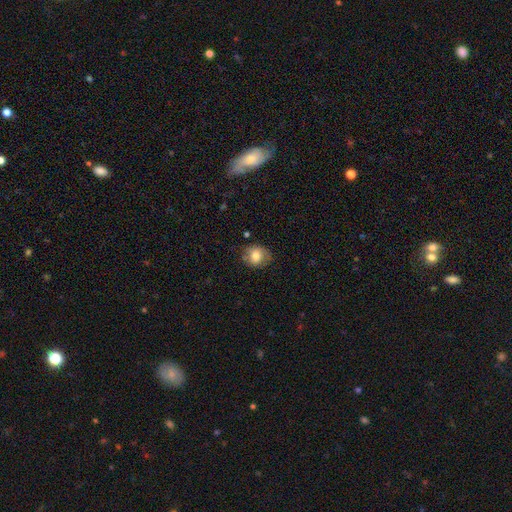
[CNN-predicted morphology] Q: Smooth or featured?
A: smooth (76%); runner-up: featured or disk (15%)
Q: How rounded?
A: round (67%); runner-up: in between (32%)
Q: Merging?
A: none (68%); runner-up: minor disturbance (24%)